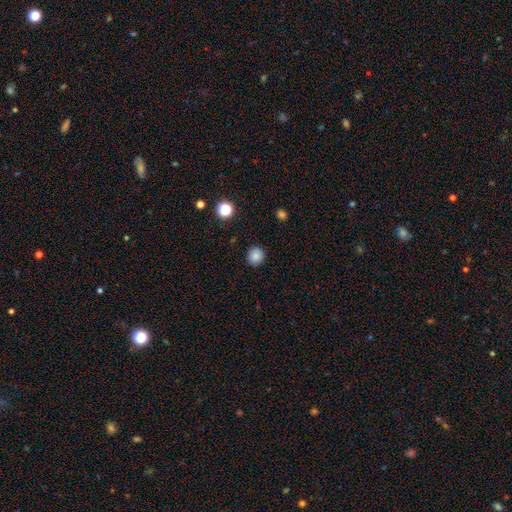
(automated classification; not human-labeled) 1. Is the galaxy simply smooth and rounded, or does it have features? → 85% smooth, 11% star or artifact, 4% featured or disk.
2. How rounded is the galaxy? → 89% round, 10% in between, 1% cigar-shaped.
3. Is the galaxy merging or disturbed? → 90% none, 7% minor disturbance, 2% major disturbance, 1% merger.